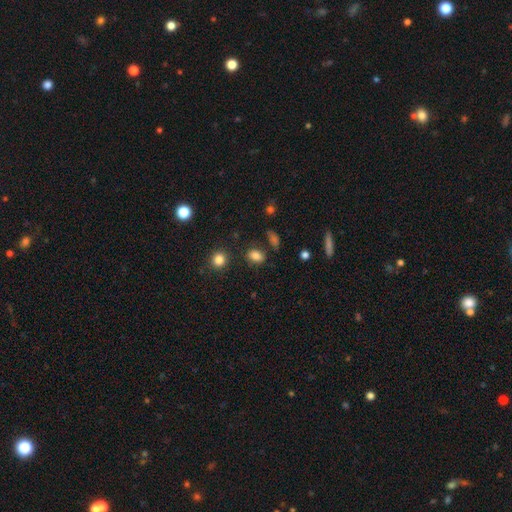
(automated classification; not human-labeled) The model was most divided on "how rounded": in between: 76%, round: 22%, cigar-shaped: 2%. More confident: smooth or featured — smooth (83%); merging — none (79%).